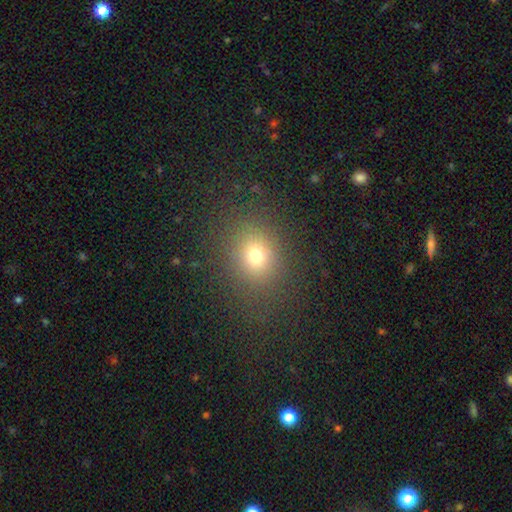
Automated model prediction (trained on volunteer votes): A smooth galaxy with no disk features (72%) that is round (65%). Merging: none (84%).